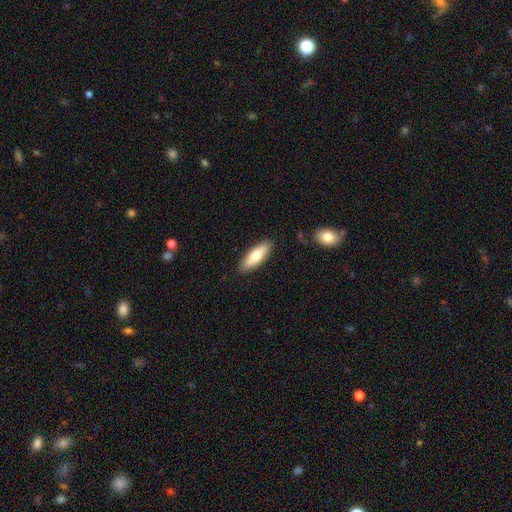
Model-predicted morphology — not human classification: This appears to be a smooth galaxy with no disk features (73%) that is in between round and cigar-shaped (63%). Merging: none (87%).